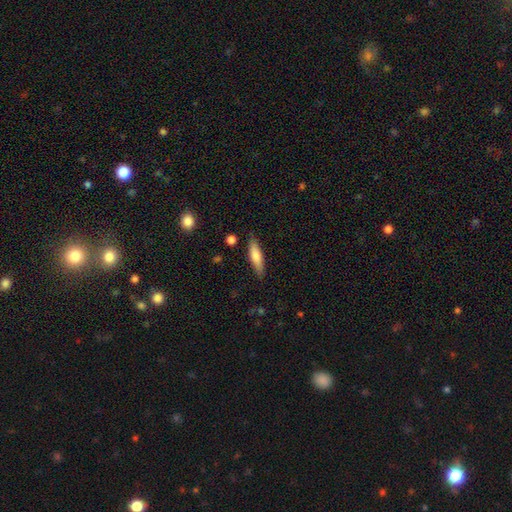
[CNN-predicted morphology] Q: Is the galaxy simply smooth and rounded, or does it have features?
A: smooth — 69%.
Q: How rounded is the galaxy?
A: cigar-shaped — 71%.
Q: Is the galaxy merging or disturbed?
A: none — 85%.